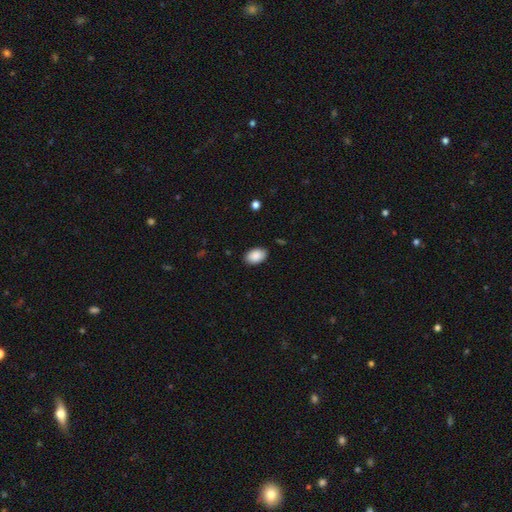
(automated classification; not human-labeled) smooth 90%, star or artifact 7%, featured or disk 4%. Down the decision tree: how rounded — in between (90%); merging — none (87%).